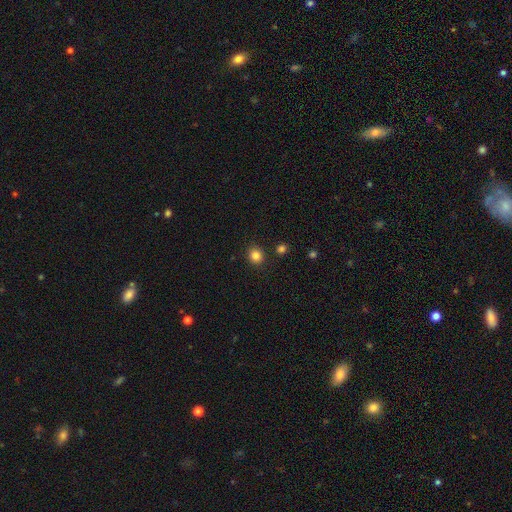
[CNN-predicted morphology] Overall: smooth (84%). How rounded: round (88%). Merging: none (89%).